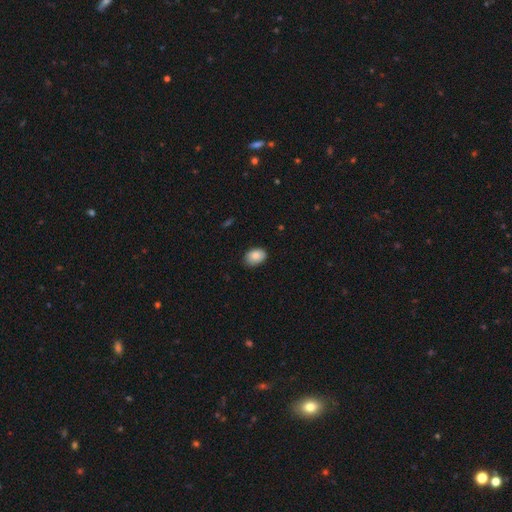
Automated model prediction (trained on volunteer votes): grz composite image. It shows a smooth galaxy with no disk features (87%) that is in between round and cigar-shaped (81%). Merging: none (82%).